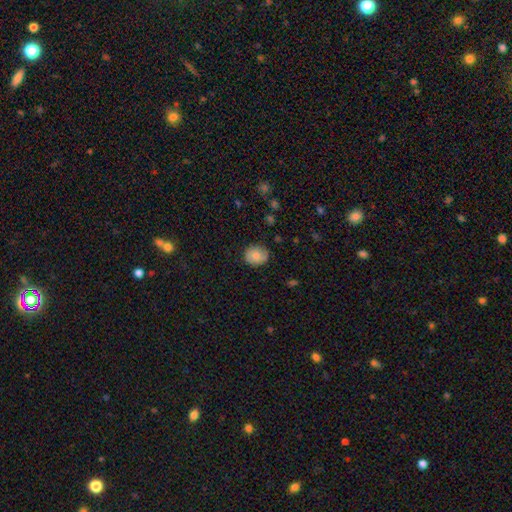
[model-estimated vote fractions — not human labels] This is clearly a smooth galaxy (83%). How rounded: likely round (67%). Merging: likely none (78%).